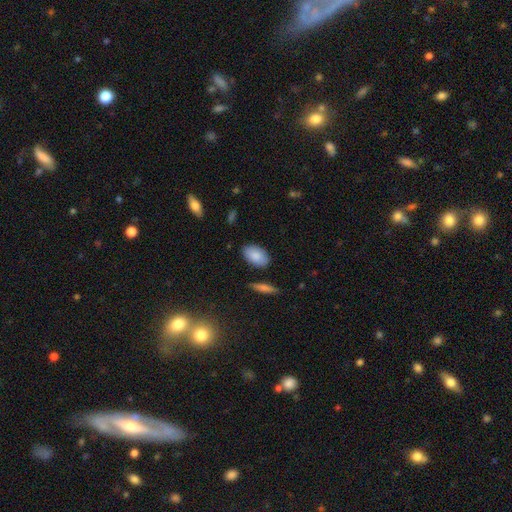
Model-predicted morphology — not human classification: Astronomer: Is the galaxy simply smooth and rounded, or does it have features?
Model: smooth — 86%.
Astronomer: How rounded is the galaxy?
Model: in between — 92%.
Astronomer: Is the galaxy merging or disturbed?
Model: none — 83%.